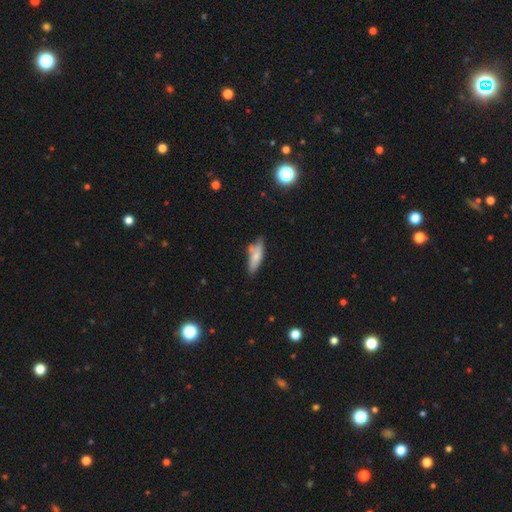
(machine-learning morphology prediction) This is likely a smooth galaxy (71%). How rounded: possibly cigar-shaped (55%). Merging: possibly none (59%).